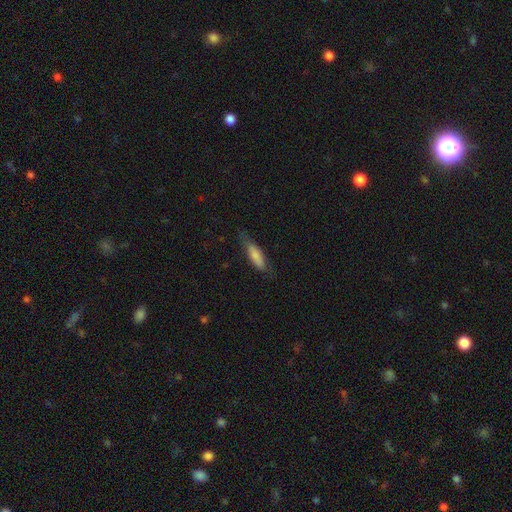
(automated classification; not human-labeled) Smooth or featured? smooth (75%)
How rounded? cigar-shaped (52%)
Merging? none (64%)